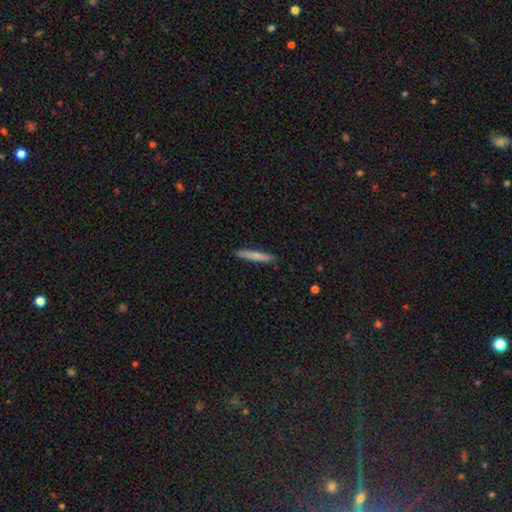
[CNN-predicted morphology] Q: Smooth or featured?
A: smooth (77%); runner-up: featured or disk (17%)
Q: How rounded?
A: cigar-shaped (94%); runner-up: in between (4%)
Q: Merging?
A: none (90%); runner-up: minor disturbance (7%)